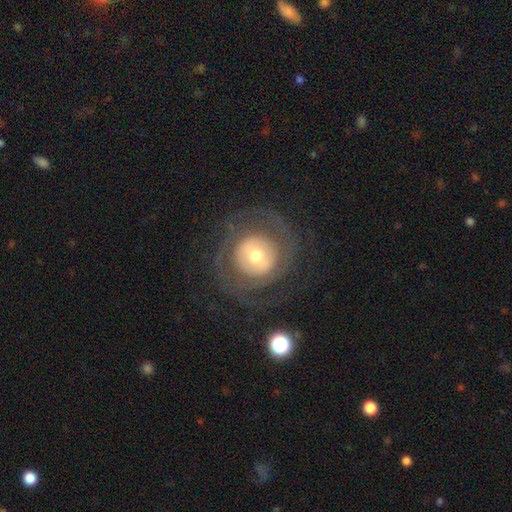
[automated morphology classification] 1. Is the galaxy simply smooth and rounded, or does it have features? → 66% featured or disk, 26% smooth, 8% star or artifact.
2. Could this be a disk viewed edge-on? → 96% no, 4% yes.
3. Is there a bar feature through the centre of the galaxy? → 45% no, 37% weak, 18% strong.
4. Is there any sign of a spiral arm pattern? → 56% yes, 44% no.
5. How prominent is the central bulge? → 60% moderate, 26% small, 11% large, 2% dominant, 1% none.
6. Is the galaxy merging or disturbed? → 75% none, 12% major disturbance, 12% minor disturbance, 1% merger.